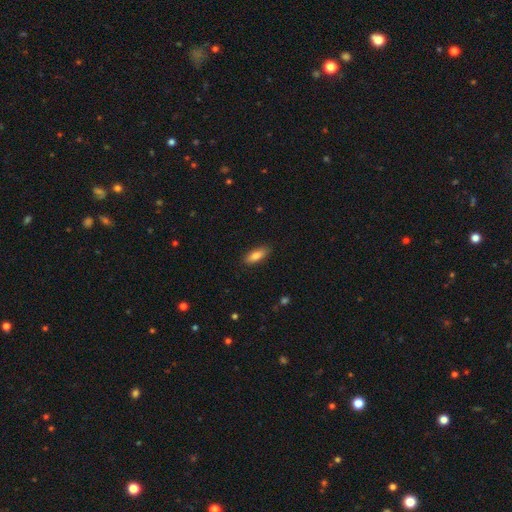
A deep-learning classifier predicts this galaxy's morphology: Smooth or featured? Predicted: smooth (p=0.83). How rounded? Predicted: in between (p=0.70). Merging? Predicted: none (p=0.86).